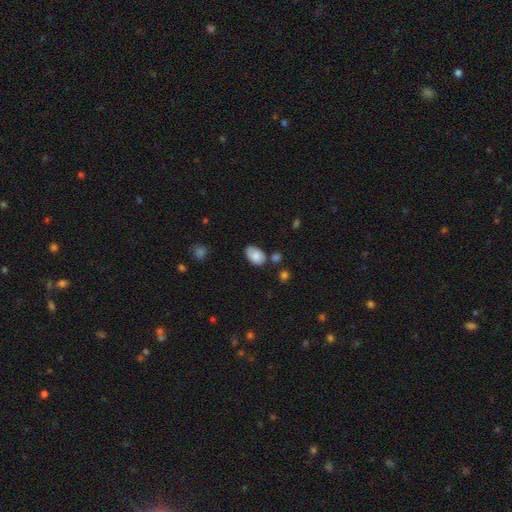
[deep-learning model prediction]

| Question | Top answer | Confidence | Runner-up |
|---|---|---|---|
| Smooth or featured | smooth | 81% | featured or disk (11%) |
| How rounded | in between | 91% | round (8%) |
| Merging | none | 64% | minor disturbance (23%) |